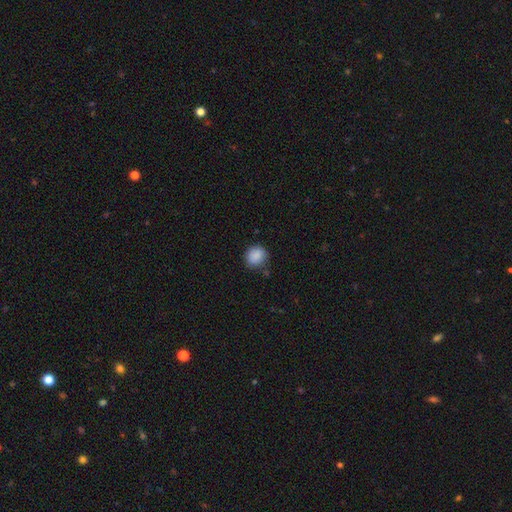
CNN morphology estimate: Smooth or featured? Predicted: smooth (p=0.88). How rounded? Predicted: round (p=0.77). Merging? Predicted: none (p=0.77).